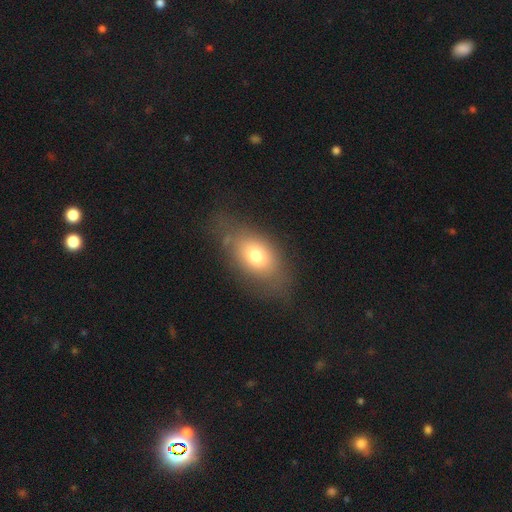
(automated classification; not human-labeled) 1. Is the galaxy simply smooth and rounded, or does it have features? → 70% smooth, 19% featured or disk, 11% star or artifact.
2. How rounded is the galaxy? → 82% in between, 15% round, 3% cigar-shaped.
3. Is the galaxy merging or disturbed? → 64% none, 22% minor disturbance, 12% major disturbance, 2% merger.